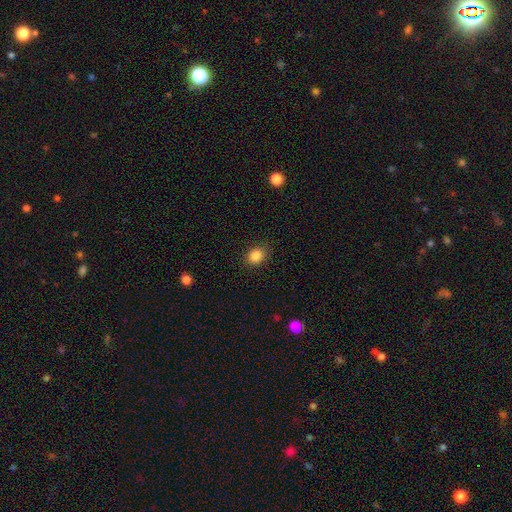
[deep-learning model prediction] A smooth galaxy with no disk features (86%) that is round (58%).

Vote fractions:
- Smooth or featured? smooth: 86% / star or artifact: 10% / featured or disk: 4%
- How rounded? round: 58% / in between: 41% / cigar-shaped: 1%
- Merging? none: 86% / minor disturbance: 10% / major disturbance: 3% / merger: 1%